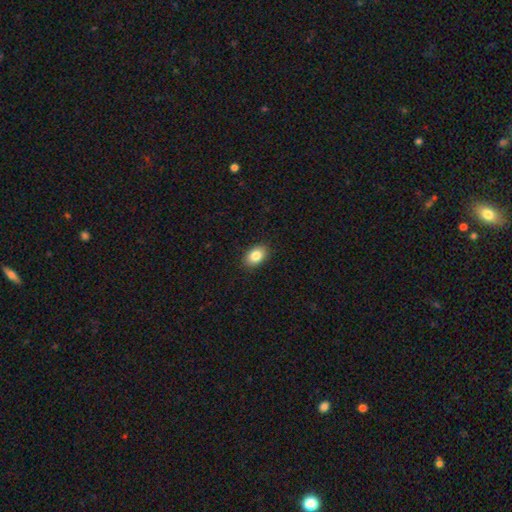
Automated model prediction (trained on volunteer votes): Smooth or featured?
  - smooth: 85% *
  - star or artifact: 8%
  - featured or disk: 7%
How rounded?
  - in between: 86% *
  - round: 13%
  - cigar-shaped: 1%
Merging?
  - none: 90% *
  - minor disturbance: 8%
  - major disturbance: 2%
  - merger: 1%